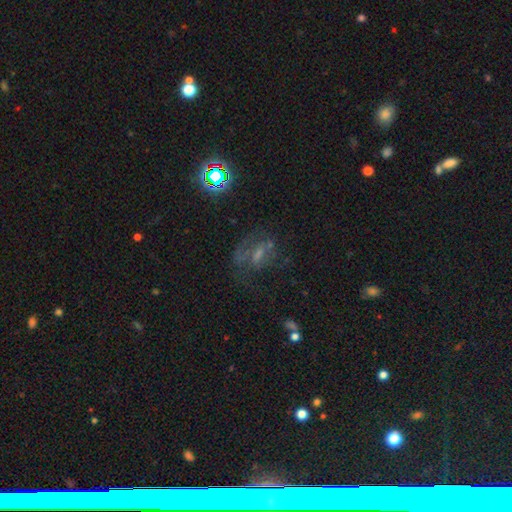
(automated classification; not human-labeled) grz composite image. It shows a featured or disk galaxy (43%). Merging: none (50%).